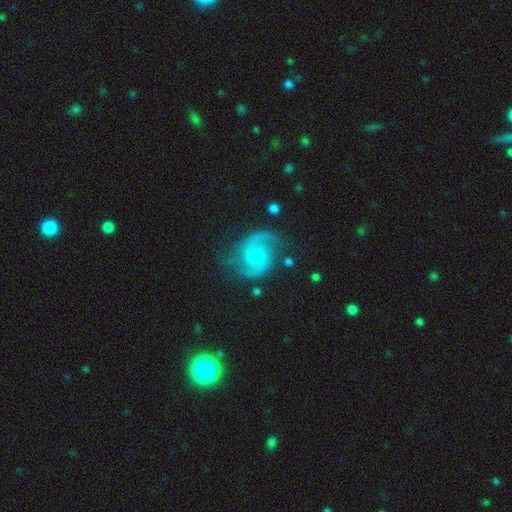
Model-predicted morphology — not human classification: featured or disk 88%, smooth 7%, star or artifact 5%. Down the decision tree: edge-on disk — no (98%); bar — no (64%); spiral arms — yes (97%); spiral arm count — 2 (92%); spiral winding — medium (56%); bulge size — small (53%); merging — none (71%).